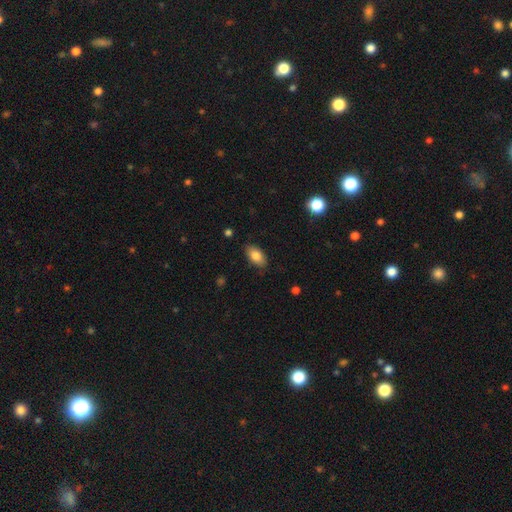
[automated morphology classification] smooth-or-featured: smooth: 83% | featured or disk: 9% | star or artifact: 8%
  how-rounded: in between: 92% | round: 4% | cigar-shaped: 4%
  merging: none: 84% | minor disturbance: 12% | major disturbance: 3% | merger: 1%